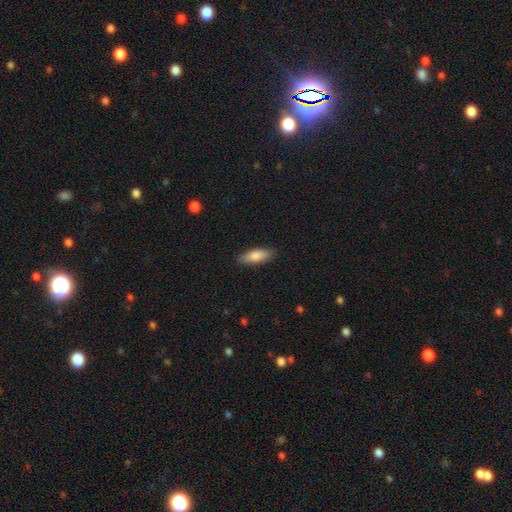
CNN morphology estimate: smooth 82%, featured or disk 12%, star or artifact 6%. Down the decision tree: how rounded — in between (64%); merging — none (87%).